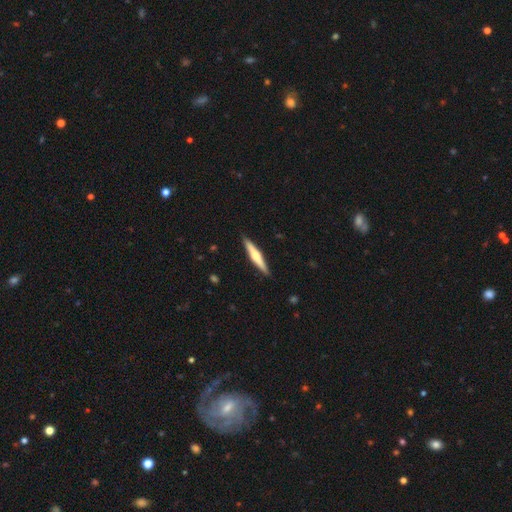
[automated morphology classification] type=featured or disk (63%); edge-on=yes (97%); edge-on bulge=rounded (89%); merging=none (91%).